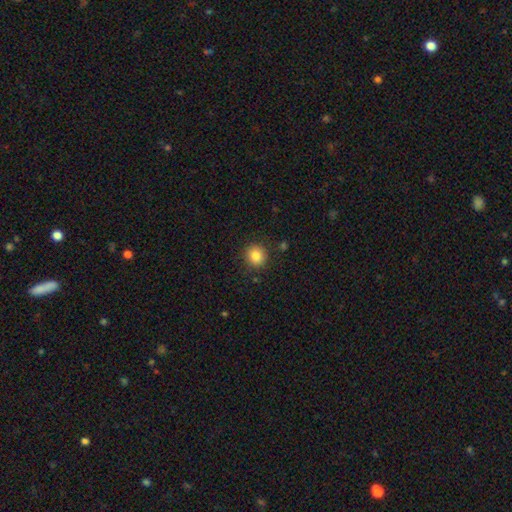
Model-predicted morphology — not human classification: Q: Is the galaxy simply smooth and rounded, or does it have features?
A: smooth — 85%.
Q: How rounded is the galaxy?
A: round — 88%.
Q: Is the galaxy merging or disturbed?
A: none — 88%.